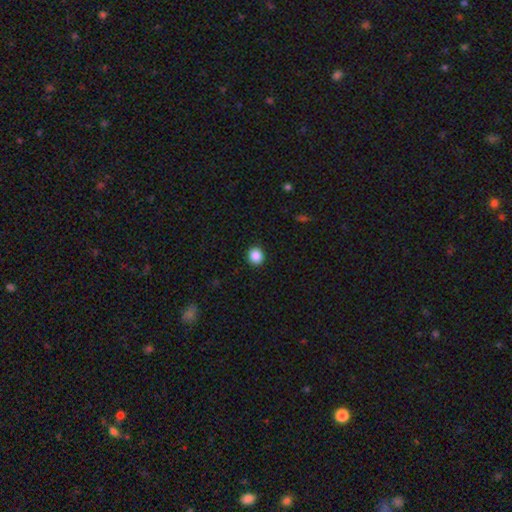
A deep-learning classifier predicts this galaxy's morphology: This is clearly a smooth galaxy (88%). How rounded: clearly round (86%). Merging: clearly none (93%).